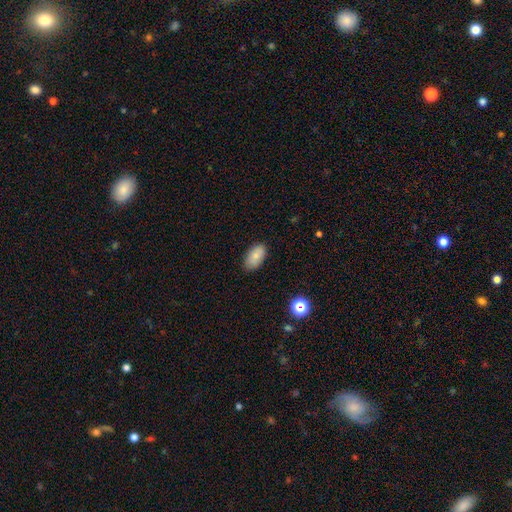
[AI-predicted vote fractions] Smooth or featured: smooth — 80% (featured or disk — 12%)
How rounded: in between — 93% (round — 5%)
Merging: none — 85% (minor disturbance — 12%)